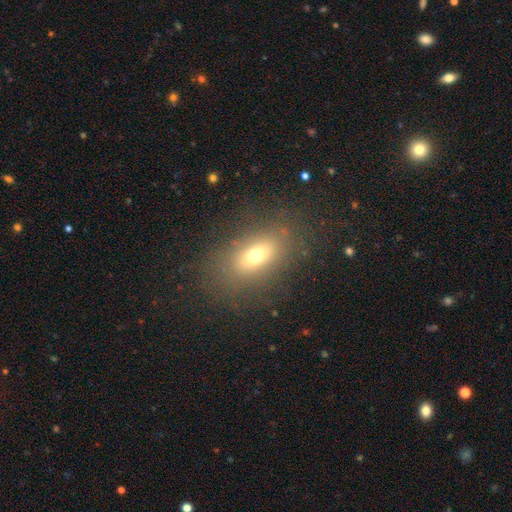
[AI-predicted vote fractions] smooth_or_featured: smooth (p=0.65) [alt: featured or disk p=0.20]
how_rounded: in between (p=0.79) [alt: round p=0.15]
merging: none (p=0.79) [alt: minor disturbance p=0.12]